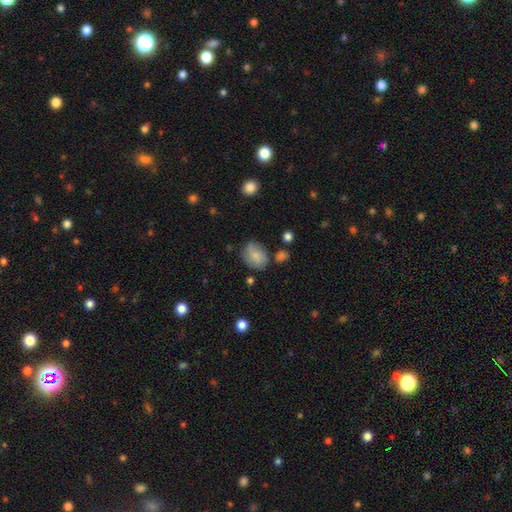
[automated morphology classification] A smooth galaxy with no disk features (80%) that is in between round and cigar-shaped (69%). Merging: none (63%).